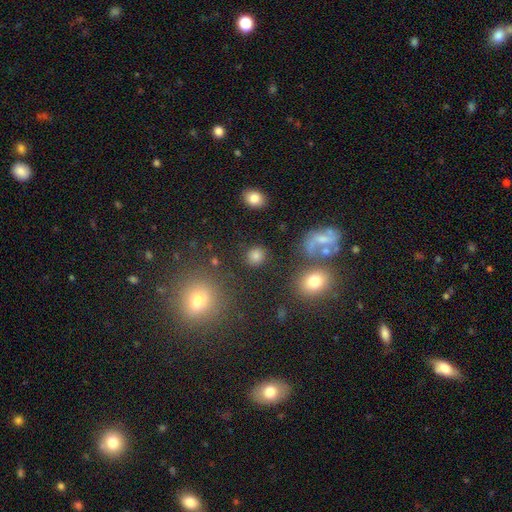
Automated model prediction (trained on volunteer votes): This is clearly a smooth galaxy (80%). How rounded: clearly round (82%). Merging: clearly none (83%).